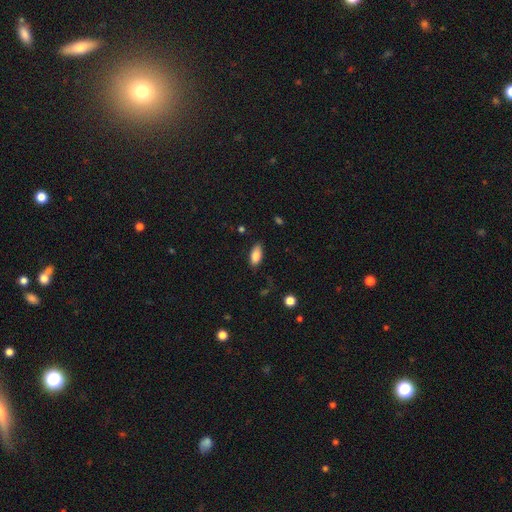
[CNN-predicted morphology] Overall: smooth (84%). How rounded: in between (88%). Merging: none (81%).